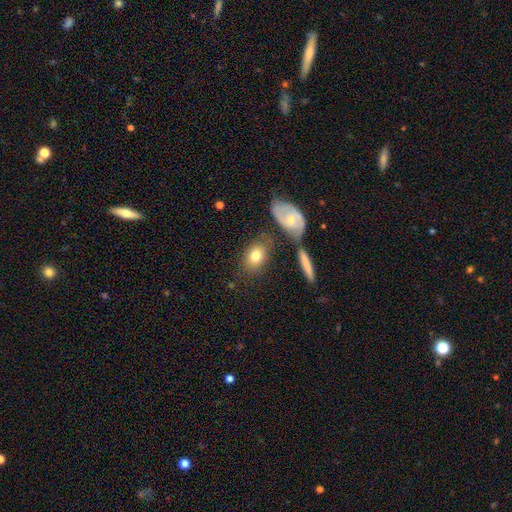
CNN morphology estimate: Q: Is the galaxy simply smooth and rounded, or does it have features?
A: smooth — 75%.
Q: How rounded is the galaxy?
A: in between — 75%.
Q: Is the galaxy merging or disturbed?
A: none — 64%.